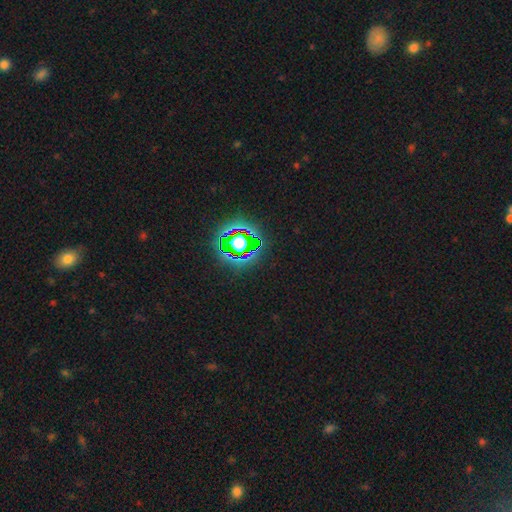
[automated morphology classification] Smooth or featured: star or artifact — 80% (smooth — 12%)